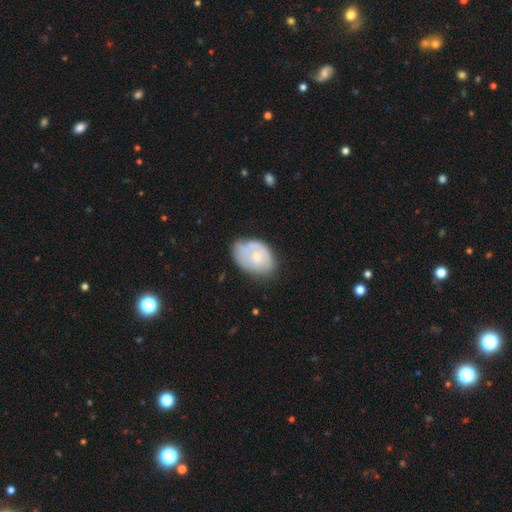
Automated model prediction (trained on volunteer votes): This appears to be a smooth galaxy with no disk features (48%). Merging: none (52%).